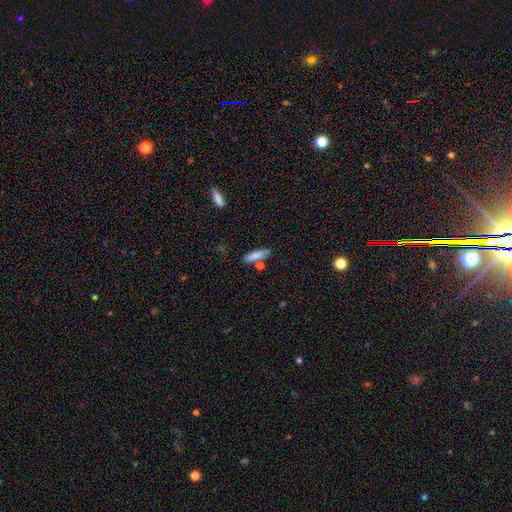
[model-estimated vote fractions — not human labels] smooth-or-featured: smooth: 79% | featured or disk: 14% | star or artifact: 7%
  how-rounded: cigar-shaped: 66% | in between: 32% | round: 2%
  merging: none: 73% | minor disturbance: 13% | merger: 11% | major disturbance: 3%